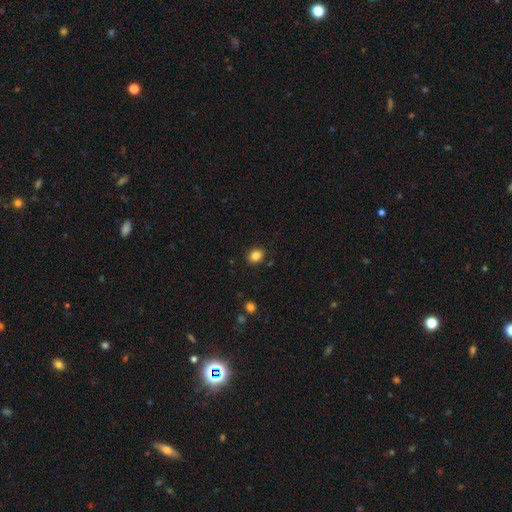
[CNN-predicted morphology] smooth-or-featured: smooth: 85% | star or artifact: 10% | featured or disk: 5%
  how-rounded: round: 55% | in between: 44% | cigar-shaped: 1%
  merging: none: 88% | minor disturbance: 8% | major disturbance: 2% | merger: 2%